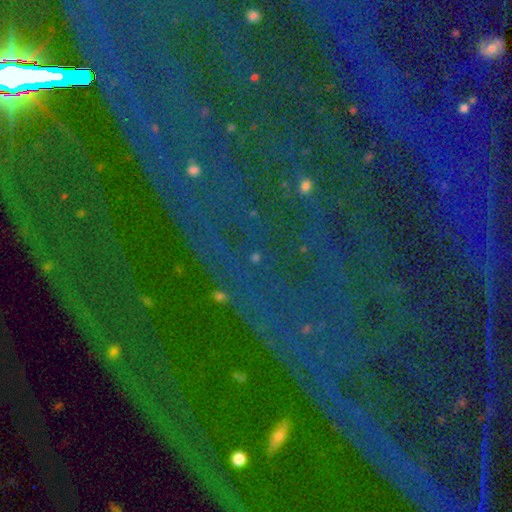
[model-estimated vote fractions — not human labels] Smooth or featured?
  - star or artifact: 84% *
  - featured or disk: 8%
  - smooth: 8%